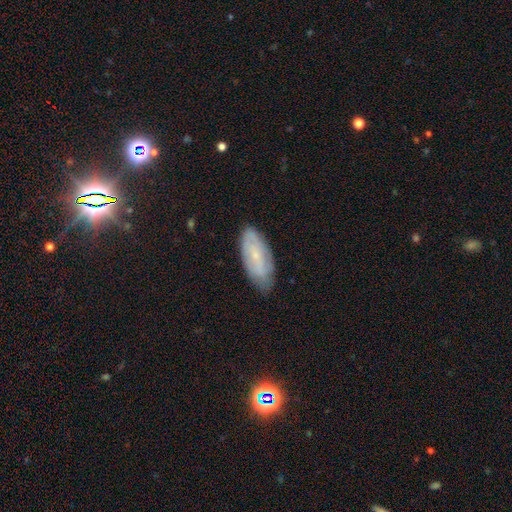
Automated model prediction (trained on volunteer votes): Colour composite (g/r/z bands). It shows a smooth galaxy with no disk features (48%). Merging: none (79%).